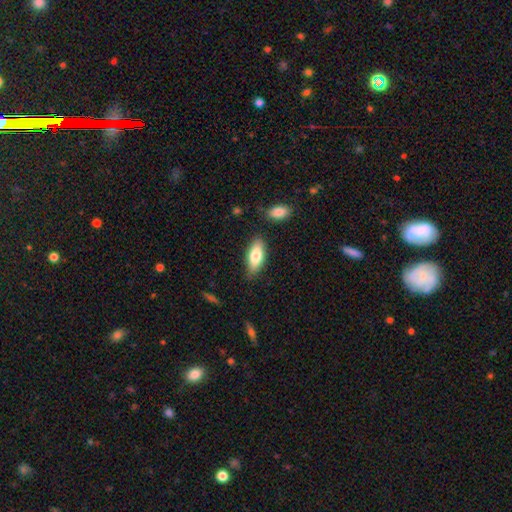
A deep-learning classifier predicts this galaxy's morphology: Smooth or featured? Predicted: smooth (p=0.79). How rounded? Predicted: in between (p=0.81). Merging? Predicted: none (p=0.81).